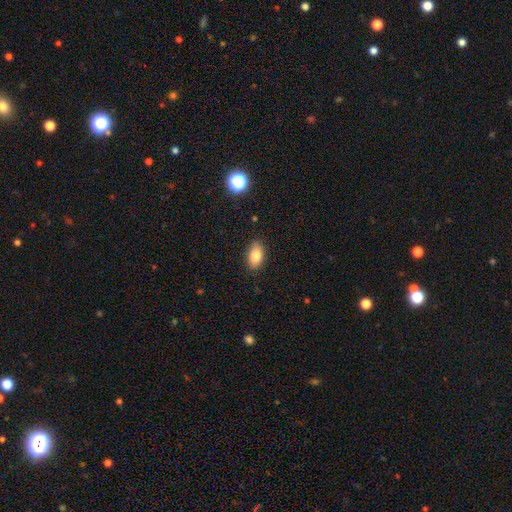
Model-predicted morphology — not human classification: The model was most divided on "smooth or featured": smooth: 82%, featured or disk: 10%, star or artifact: 8%. More confident: how rounded — in between (90%); merging — none (84%).